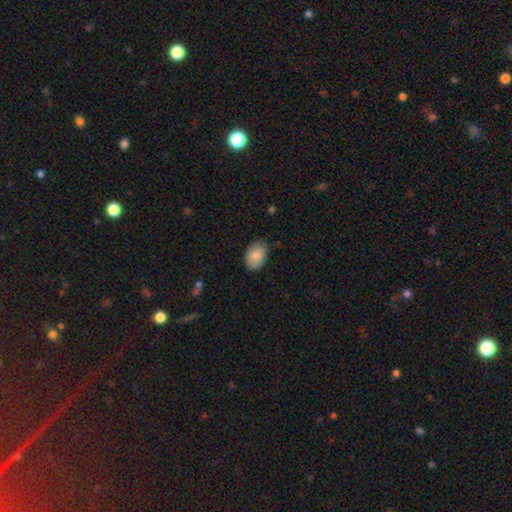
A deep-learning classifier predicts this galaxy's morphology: Smooth or featured? smooth (86%)
How rounded? in between (87%)
Merging? none (77%)